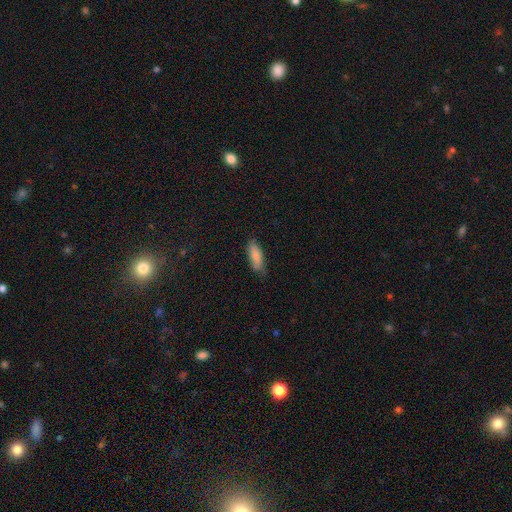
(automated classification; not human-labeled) smooth_or_featured: smooth (p=0.83) [alt: featured or disk p=0.10]
how_rounded: in between (p=0.65) [alt: cigar-shaped p=0.34]
merging: none (p=0.74) [alt: minor disturbance p=0.21]